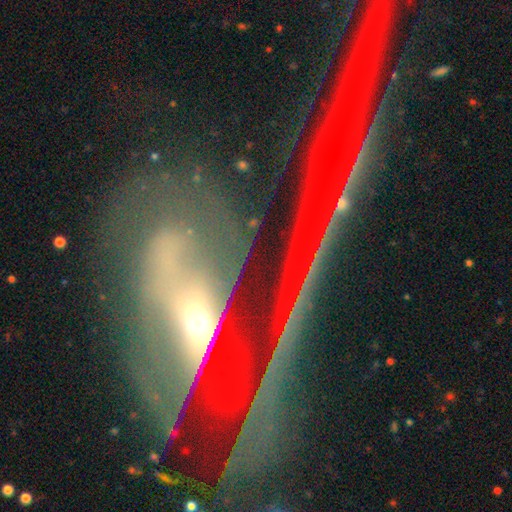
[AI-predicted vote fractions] The model was most divided on "smooth or featured": star or artifact: 74%, featured or disk: 14%, smooth: 12%.